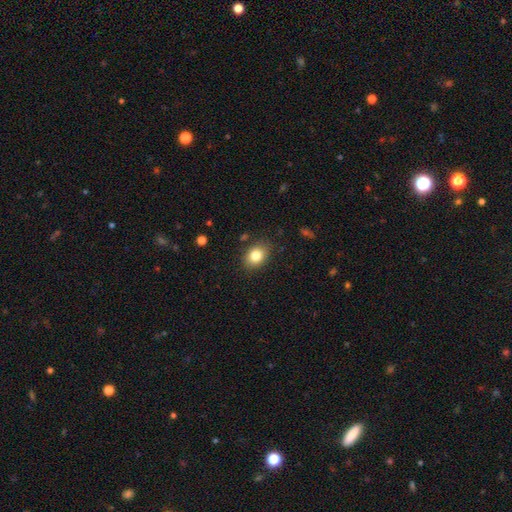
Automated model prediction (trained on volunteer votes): smooth 82%, star or artifact 9%, featured or disk 9%. Down the decision tree: how rounded — in between (68%); merging — none (84%).